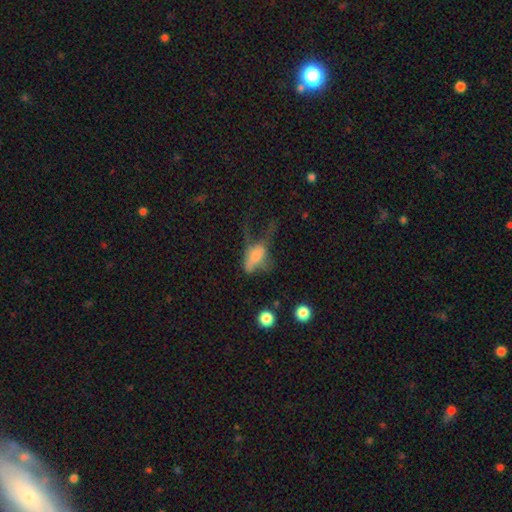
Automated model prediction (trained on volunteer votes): This appears to be a smooth galaxy with no disk features (57%) that is in between round and cigar-shaped (80%). Merging: major disturbance (60%).